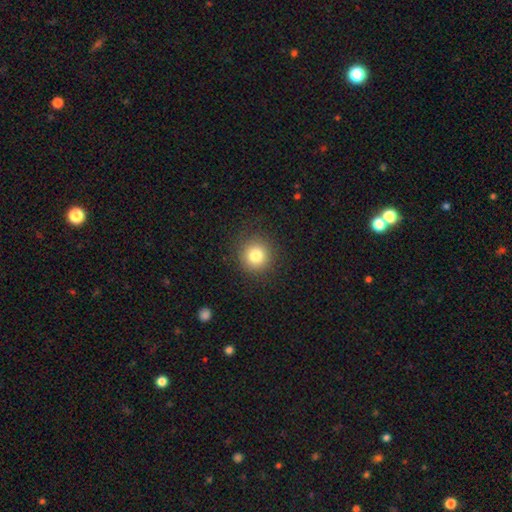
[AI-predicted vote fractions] Smooth or featured: smooth — 81% (star or artifact — 11%)
How rounded: round — 94% (in between — 5%)
Merging: none — 89% (minor disturbance — 7%)